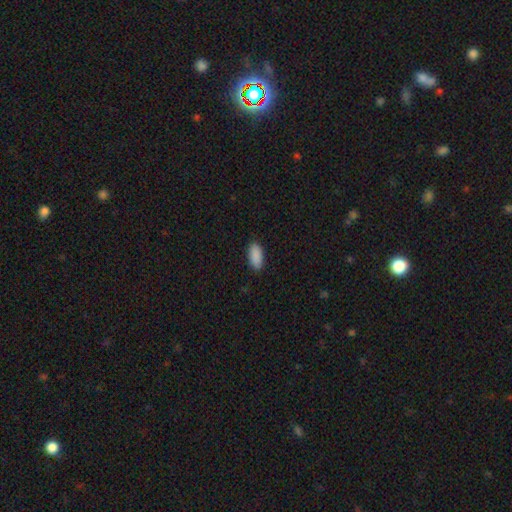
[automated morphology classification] Smooth or featured? smooth (90%)
How rounded? in between (91%)
Merging? none (89%)